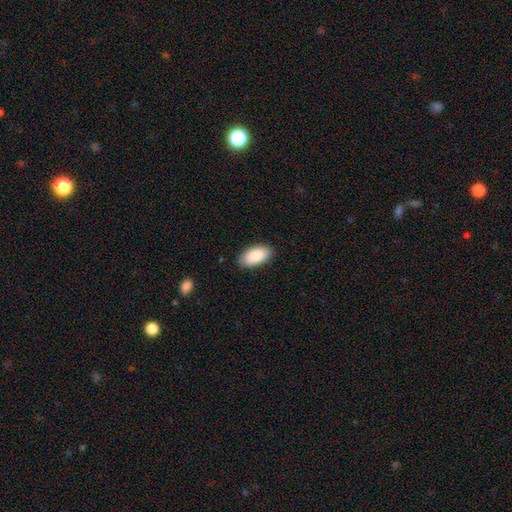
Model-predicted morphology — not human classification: Smooth or featured? smooth (88%)
How rounded? in between (95%)
Merging? none (85%)